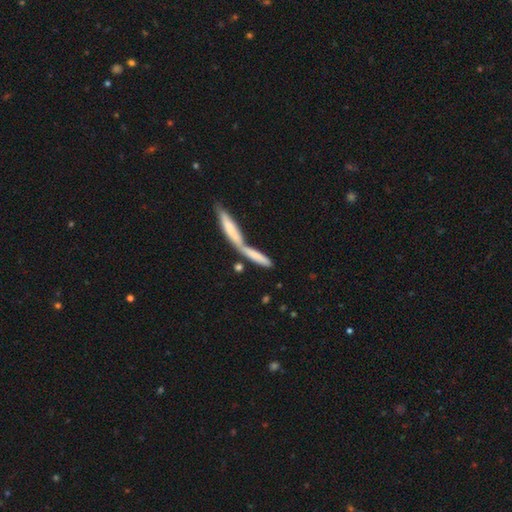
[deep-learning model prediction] smooth-or-featured: smooth: 72% | featured or disk: 21% | star or artifact: 7%
  how-rounded: cigar-shaped: 80% | in between: 18% | round: 2%
  merging: merger: 53% | none: 34% | minor disturbance: 9% | major disturbance: 4%